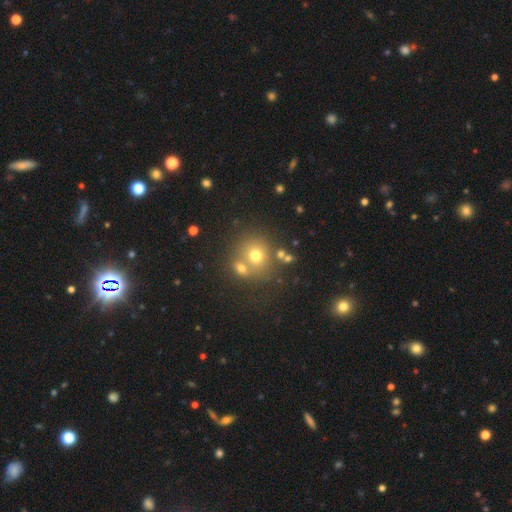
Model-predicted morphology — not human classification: smooth 69%, featured or disk 16%, star or artifact 16%. Down the decision tree: how rounded — round (82%); merging — none (50%).